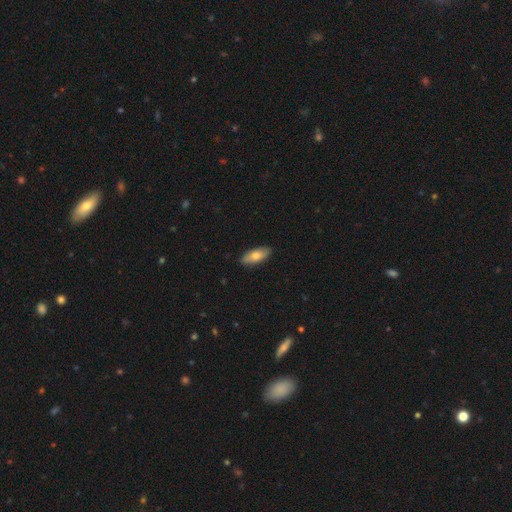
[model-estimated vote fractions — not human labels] smooth-or-featured: smooth: 75% | featured or disk: 19% | star or artifact: 6%
  how-rounded: in between: 77% | cigar-shaped: 20% | round: 2%
  merging: none: 89% | minor disturbance: 9% | major disturbance: 2% | merger: 1%